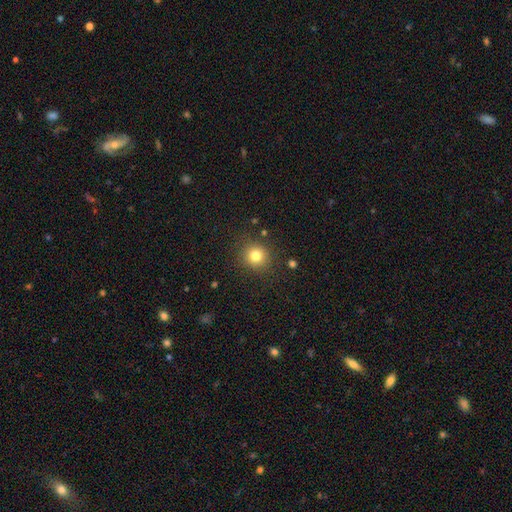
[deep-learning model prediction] This is likely a smooth galaxy (80%). How rounded: clearly round (91%). Merging: clearly none (87%).